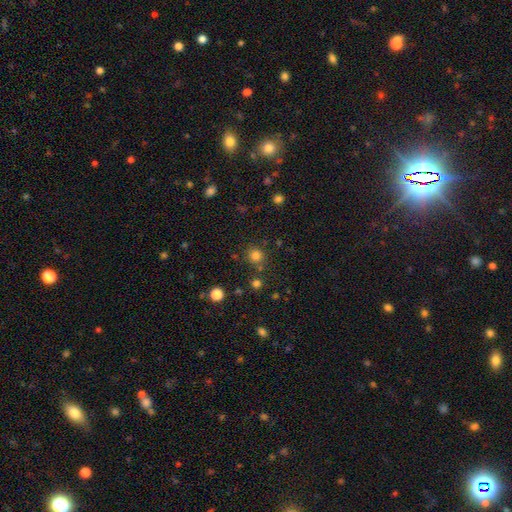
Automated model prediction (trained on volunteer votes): The model was most divided on "smooth or featured": smooth: 78%, star or artifact: 17%, featured or disk: 5%. More confident: how rounded — round (91%); merging — none (78%).